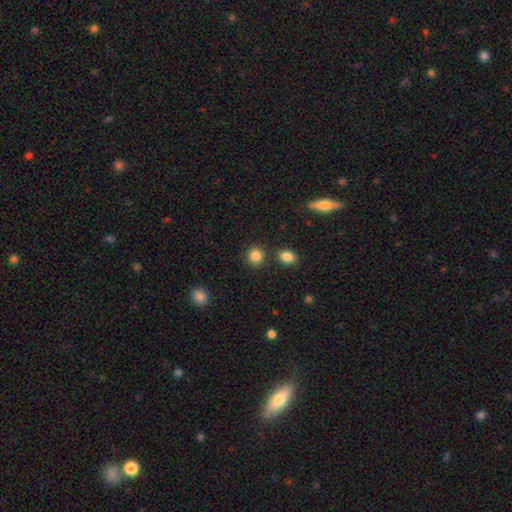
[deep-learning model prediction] Morphology: type=smooth (86%); roundness=round (85%); merging=none (83%).